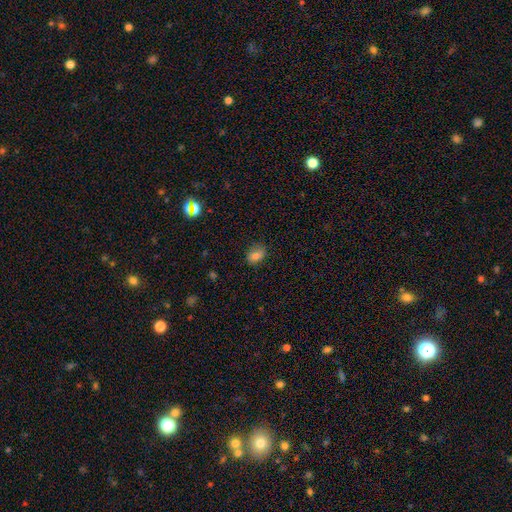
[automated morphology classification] smooth-or-featured: smooth: 79% | star or artifact: 13% | featured or disk: 8%
  how-rounded: in between: 76% | round: 23% | cigar-shaped: 2%
  merging: none: 73% | minor disturbance: 21% | major disturbance: 5% | merger: 2%